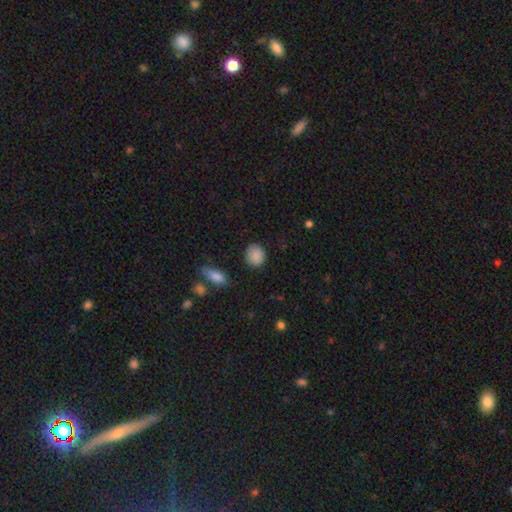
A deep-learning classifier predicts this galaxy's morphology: The model was most divided on "how rounded": round: 79%, in between: 20%, cigar-shaped: 1%. More confident: smooth or featured — smooth (88%); merging — none (86%).